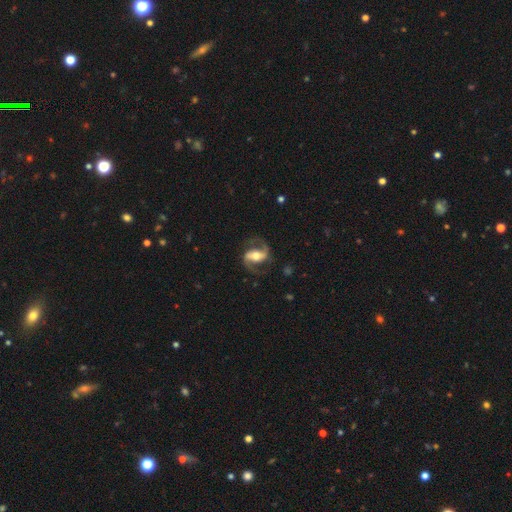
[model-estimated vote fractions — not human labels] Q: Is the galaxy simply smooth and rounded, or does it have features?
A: featured or disk — 86%.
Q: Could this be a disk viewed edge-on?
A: no — 96%.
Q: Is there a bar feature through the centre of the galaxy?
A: strong — 47%.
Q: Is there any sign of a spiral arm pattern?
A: yes — 95%.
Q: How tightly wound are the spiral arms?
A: medium — 54%.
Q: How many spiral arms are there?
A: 2 — 92%.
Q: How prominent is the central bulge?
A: moderate — 59%.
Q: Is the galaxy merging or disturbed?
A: none — 77%.